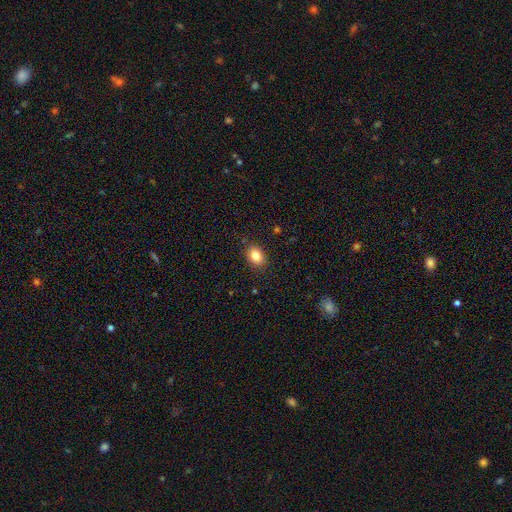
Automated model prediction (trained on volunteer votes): This appears to be a smooth galaxy with no disk features (84%) that is in between round and cigar-shaped (69%). Merging: none (87%).